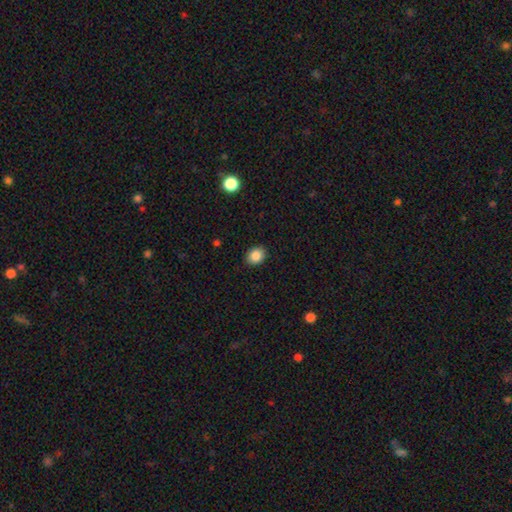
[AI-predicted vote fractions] Smooth or featured? Predicted: smooth (p=0.87). How rounded? Predicted: in between (p=0.53). Merging? Predicted: none (p=0.88).